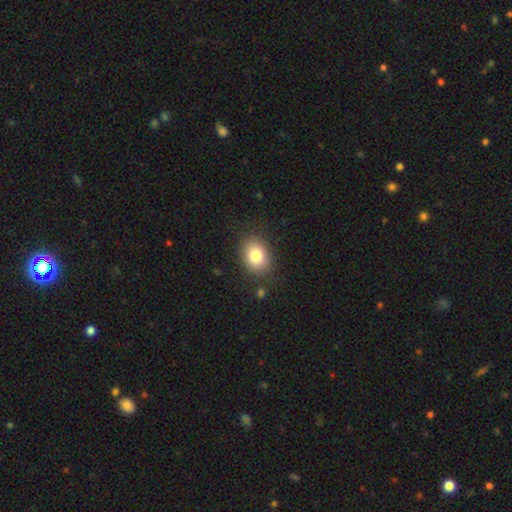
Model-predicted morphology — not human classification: Q: Smooth or featured?
A: smooth (81%); runner-up: star or artifact (9%)
Q: How rounded?
A: in between (59%); runner-up: round (40%)
Q: Merging?
A: none (84%); runner-up: minor disturbance (10%)